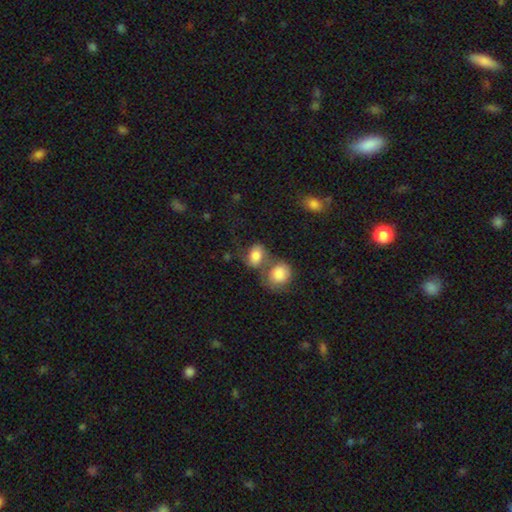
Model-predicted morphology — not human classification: smooth_or_featured: smooth (p=0.72) [alt: featured or disk p=0.19]
how_rounded: in between (p=0.64) [alt: round p=0.34]
merging: merger (p=0.49) [alt: none p=0.28]